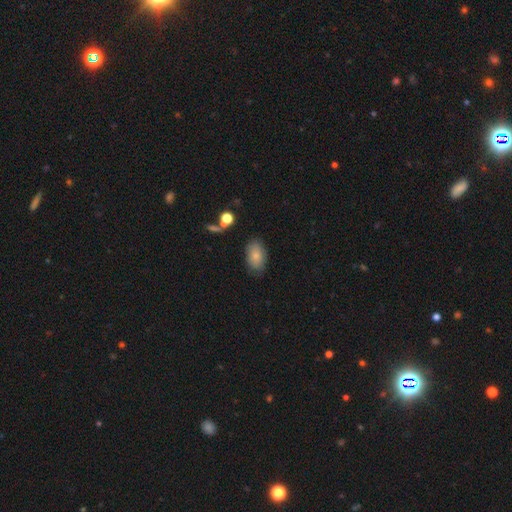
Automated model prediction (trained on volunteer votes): Morphology: type=smooth (80%); roundness=in between (91%); merging=none (79%).